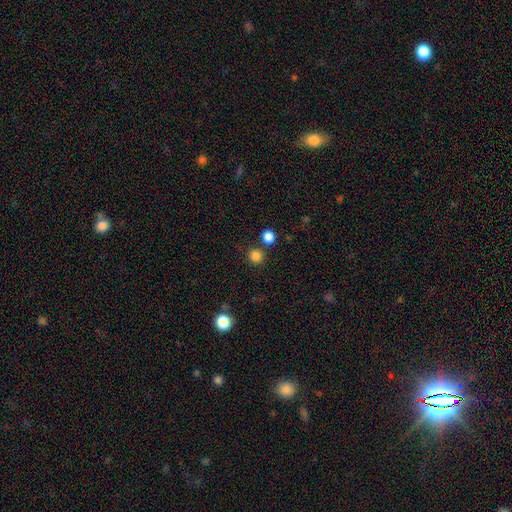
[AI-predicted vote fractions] smooth_or_featured: smooth (p=0.83) [alt: star or artifact p=0.14]
how_rounded: round (p=0.93) [alt: in between p=0.06]
merging: none (p=0.80) [alt: merger p=0.11]